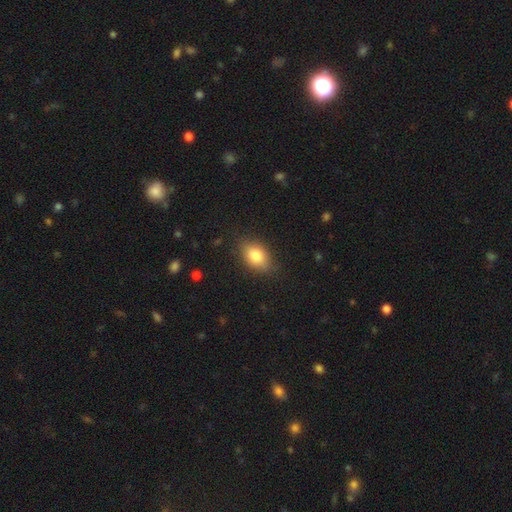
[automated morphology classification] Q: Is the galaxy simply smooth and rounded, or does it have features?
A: smooth — 81%.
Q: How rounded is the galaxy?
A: in between — 83%.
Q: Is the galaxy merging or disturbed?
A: none — 82%.